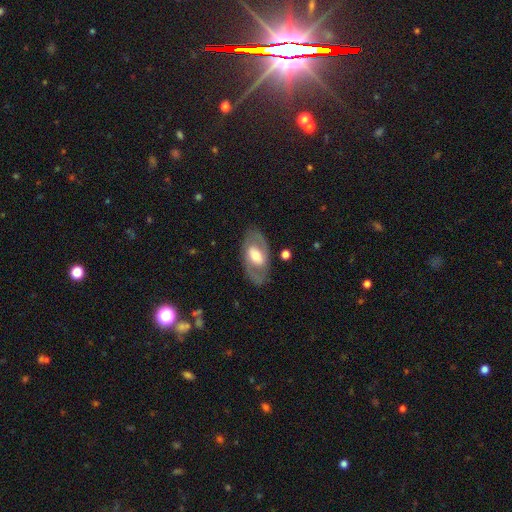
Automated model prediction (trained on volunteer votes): Smooth or featured? Predicted: featured or disk (p=0.64). Edge-on disk? Predicted: no (p=0.91). Bar? Predicted: weak (p=0.40). Spiral arms? Predicted: yes (p=0.56). Bulge size? Predicted: moderate (p=0.60). Merging? Predicted: none (p=0.80).